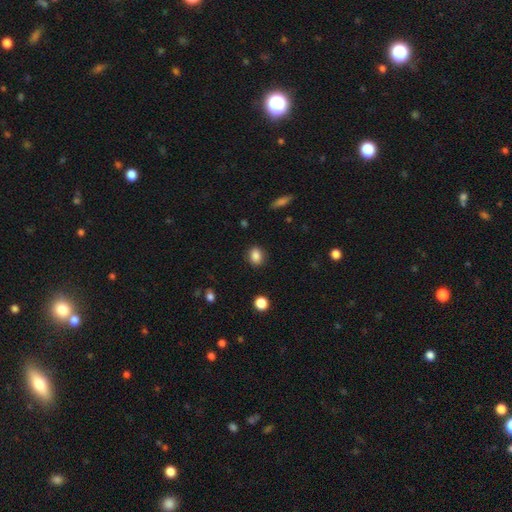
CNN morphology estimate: Smooth or featured: smooth — 86% (star or artifact — 10%)
How rounded: in between — 52% (round — 46%)
Merging: none — 88% (minor disturbance — 8%)